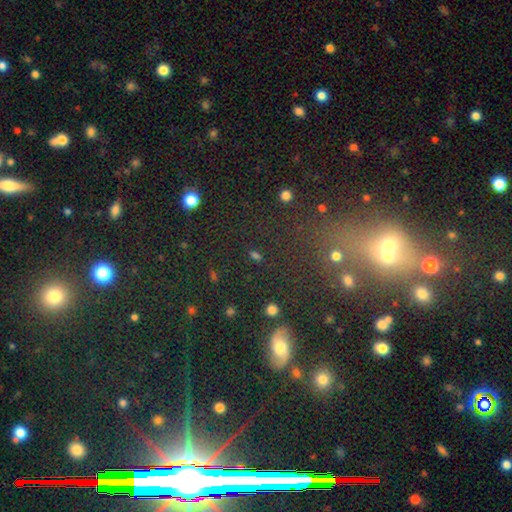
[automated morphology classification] smooth-or-featured: smooth: 49% | star or artifact: 35% | featured or disk: 16%
  merging: none: 69% | merger: 13% | minor disturbance: 11% | major disturbance: 7%